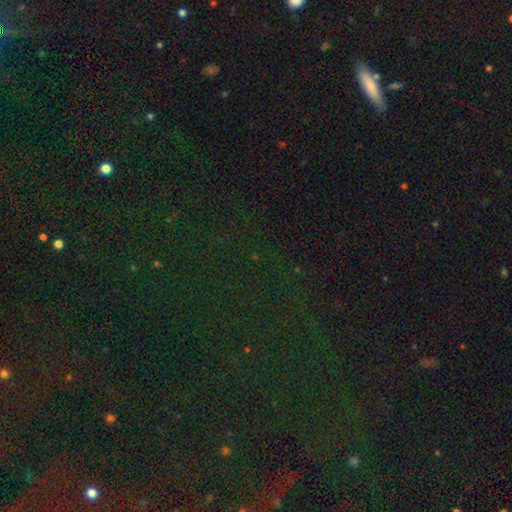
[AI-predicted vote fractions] This is likely a star or artifact rather than a galaxy (77%).